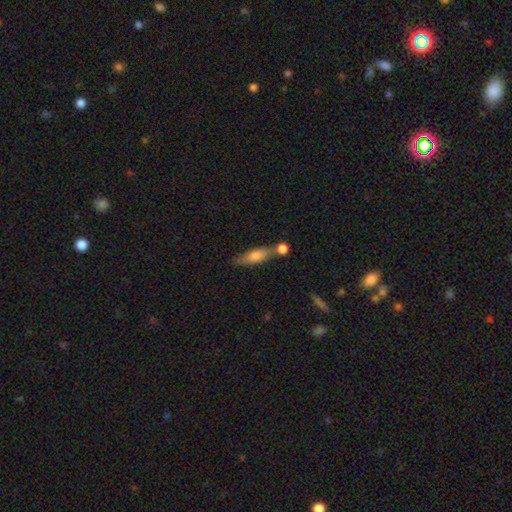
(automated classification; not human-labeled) A smooth galaxy with no disk features (67%) that is cigar-shaped (59%).

Vote fractions:
- Smooth or featured? smooth: 67% / featured or disk: 26% / star or artifact: 6%
- How rounded? cigar-shaped: 59% / in between: 38% / round: 3%
- Merging? none: 55% / merger: 27% / minor disturbance: 14% / major disturbance: 4%